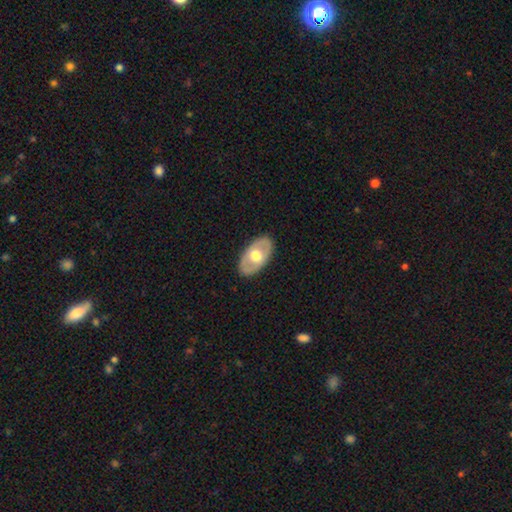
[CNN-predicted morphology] A featured or disk galaxy (50%). Merging: none (86%).